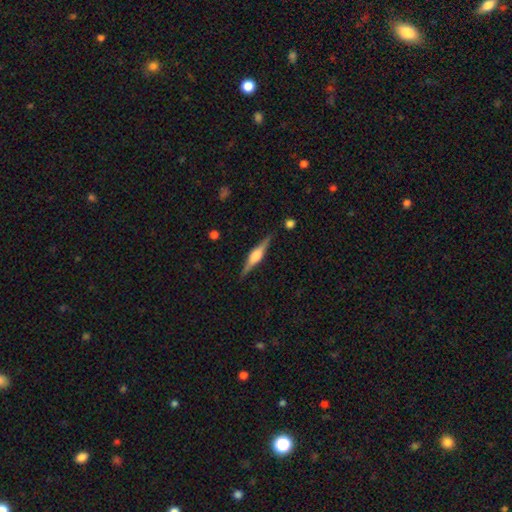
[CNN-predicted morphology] The model was most divided on "edge-on bulge": rounded: 77%, boxy: 20%, none: 3%. More confident: edge-on disk — yes (98%); merging — none (89%); smooth or featured — featured or disk (77%).